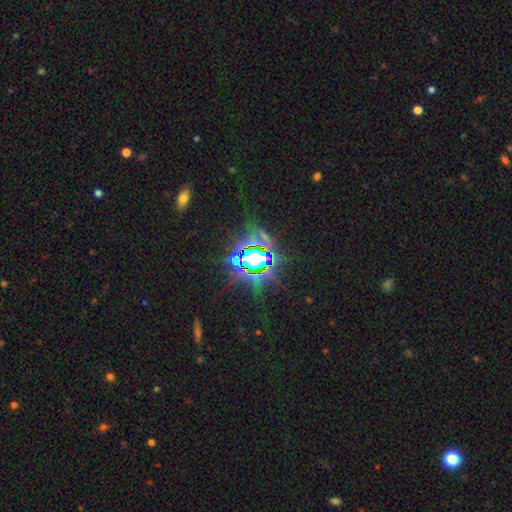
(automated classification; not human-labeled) Smooth or featured?
  - star or artifact: 80% *
  - smooth: 10%
  - featured or disk: 10%